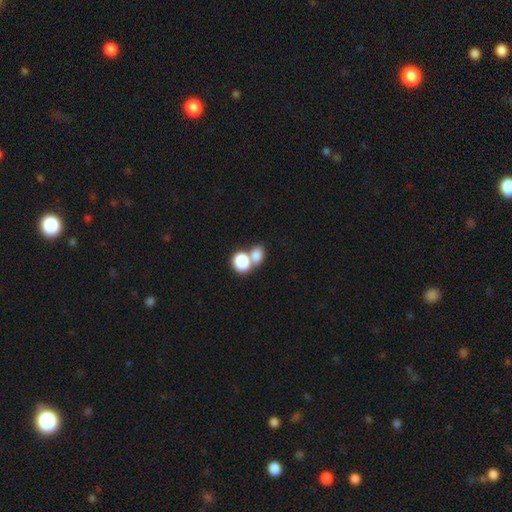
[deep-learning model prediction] Q: Smooth or featured?
A: smooth (80%); runner-up: star or artifact (11%)
Q: How rounded?
A: in between (52%); runner-up: round (46%)
Q: Merging?
A: merger (55%); runner-up: none (34%)